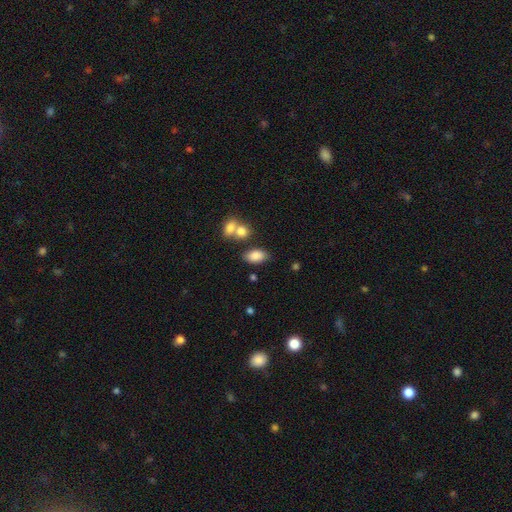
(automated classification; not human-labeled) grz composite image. It shows a smooth galaxy with no disk features (84%) that is in between round and cigar-shaped (91%). Merging: none (67%).